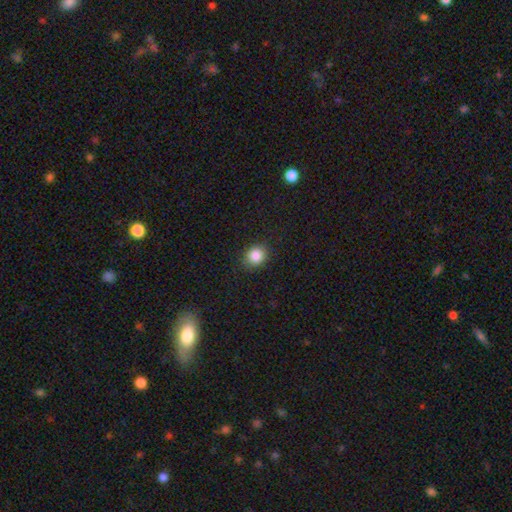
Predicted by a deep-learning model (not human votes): The model was most divided on "how rounded": round: 74%, in between: 25%, cigar-shaped: 1%. More confident: merging — none (88%); smooth or featured — smooth (85%).